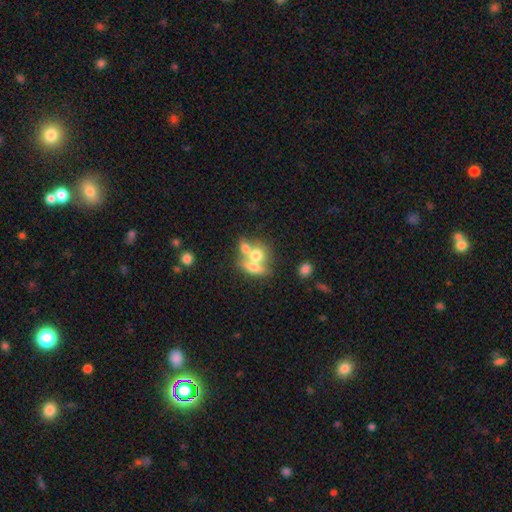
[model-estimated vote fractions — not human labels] Smooth or featured?
  - smooth: 60% *
  - featured or disk: 29%
  - star or artifact: 10%
How rounded?
  - in between: 48% *
  - round: 47%
  - cigar-shaped: 4%
Merging?
  - merger: 64% *
  - none: 23%
  - minor disturbance: 7%
  - major disturbance: 6%